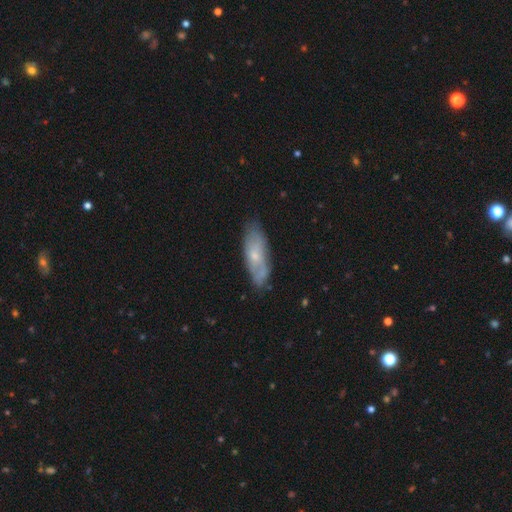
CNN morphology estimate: This is possibly a smooth galaxy (49%). Merging: likely none (71%).